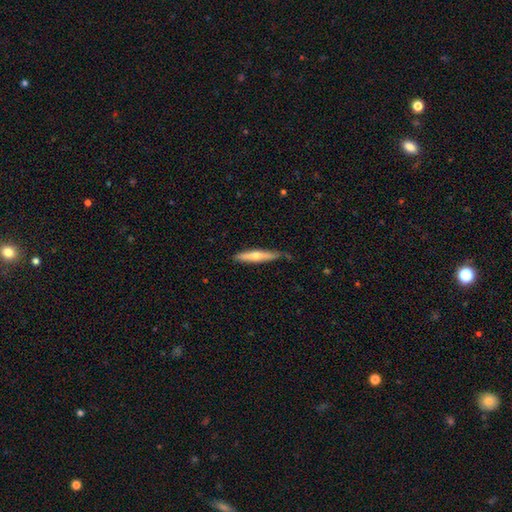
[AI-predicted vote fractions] A smooth galaxy with no disk features (50%) that is cigar-shaped (86%). Merging: none (77%).